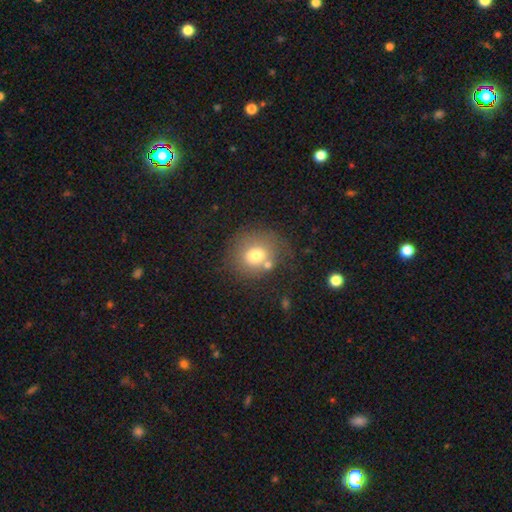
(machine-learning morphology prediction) type=smooth (71%); roundness=round (80%); merging=none (64%).